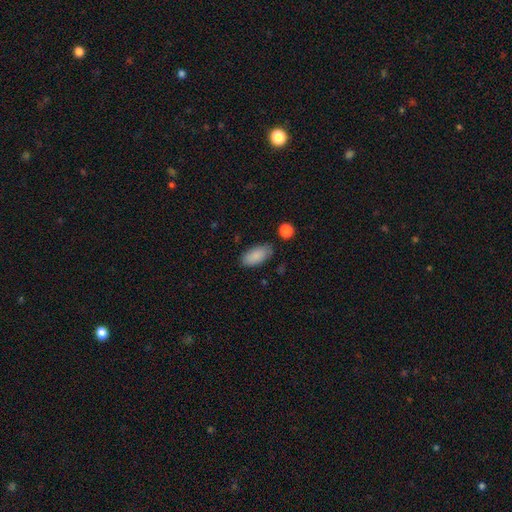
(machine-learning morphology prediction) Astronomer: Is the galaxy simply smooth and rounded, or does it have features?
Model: smooth — 88%.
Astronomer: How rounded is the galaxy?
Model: in between — 92%.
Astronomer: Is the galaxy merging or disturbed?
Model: none — 79%.